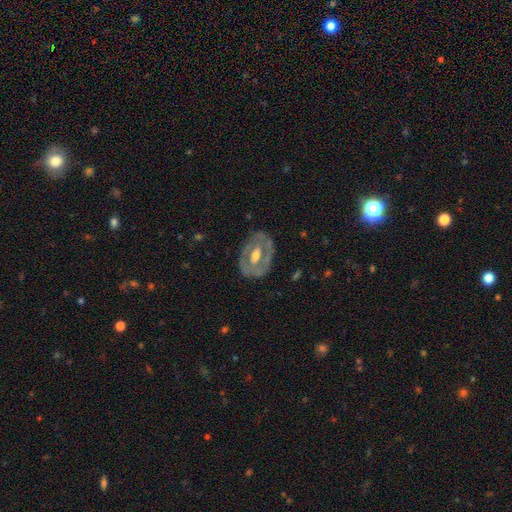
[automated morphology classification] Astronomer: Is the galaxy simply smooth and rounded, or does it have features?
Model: featured or disk — 69%.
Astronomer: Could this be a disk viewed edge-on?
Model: no — 93%.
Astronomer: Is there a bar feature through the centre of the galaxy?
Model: no — 44% (runner-up: weak, 37%).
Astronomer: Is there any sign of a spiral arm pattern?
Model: no — 64%.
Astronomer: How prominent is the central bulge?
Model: moderate — 65%.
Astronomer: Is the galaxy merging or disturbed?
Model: none — 73%.